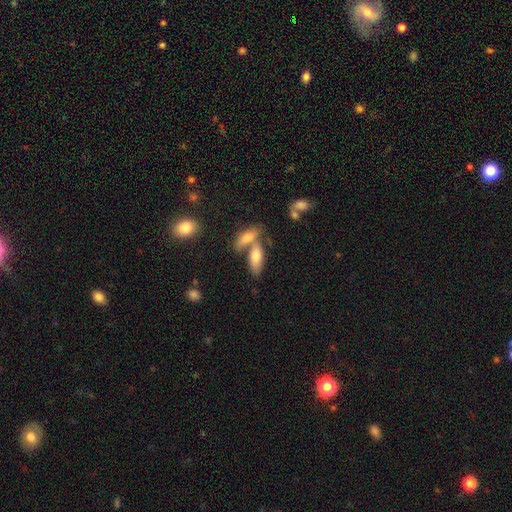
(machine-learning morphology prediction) A smooth galaxy with no disk features (73%) that is in between round and cigar-shaped (71%). Merging: none (44%).